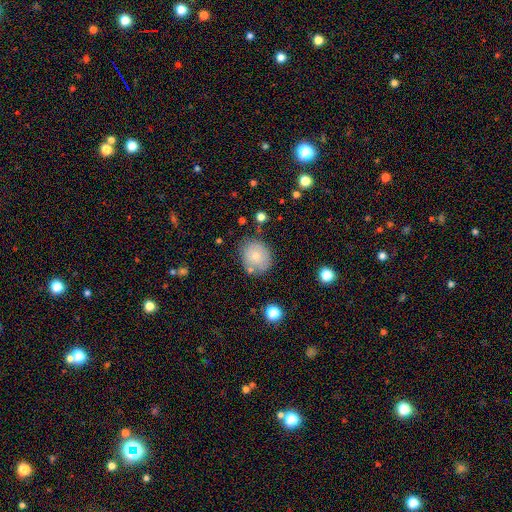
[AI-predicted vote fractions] Morphology: type=smooth (70%); roundness=round (79%); merging=none (72%).